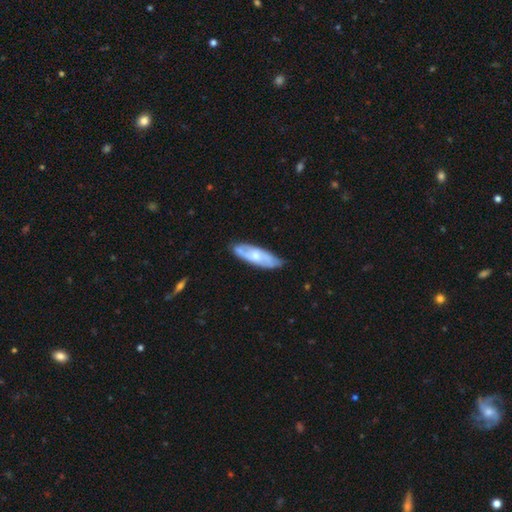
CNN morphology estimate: The model was most divided on "smooth or featured": featured or disk: 52%, smooth: 42%, star or artifact: 5%. More confident: merging — none (75%); edge-on disk — no (74%).